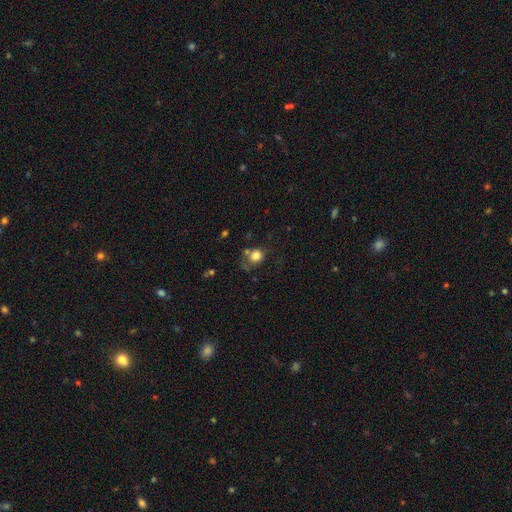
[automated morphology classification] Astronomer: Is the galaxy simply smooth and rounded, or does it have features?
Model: smooth — 79%.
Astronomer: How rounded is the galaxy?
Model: round — 79%.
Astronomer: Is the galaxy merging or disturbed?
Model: none — 53%.